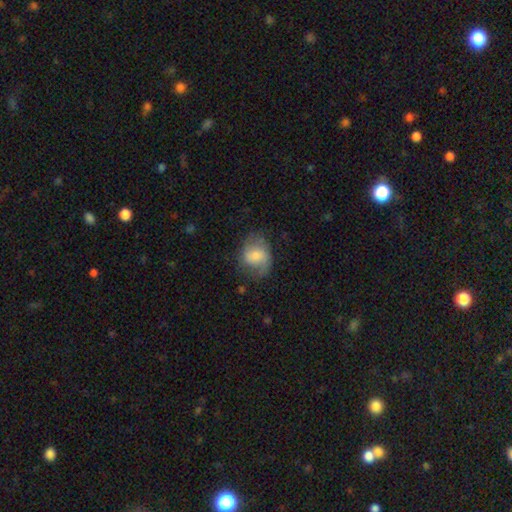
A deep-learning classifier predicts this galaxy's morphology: A smooth galaxy with no disk features (57%) that is in between round and cigar-shaped (56%). Merging: none (57%).